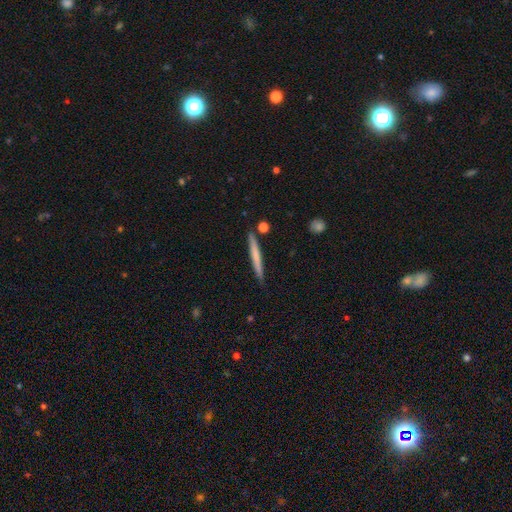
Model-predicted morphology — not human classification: type=smooth (59%); roundness=cigar-shaped (96%); merging=none (86%).